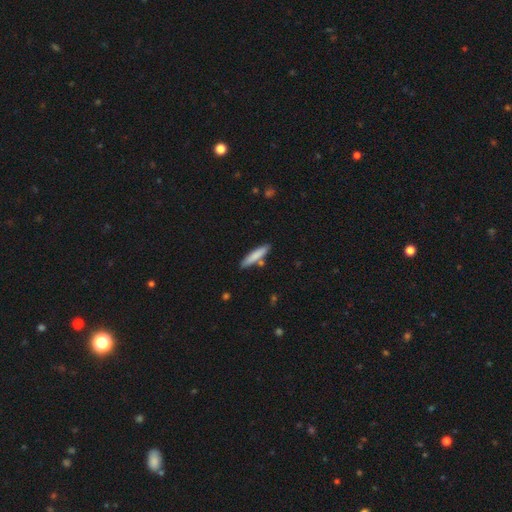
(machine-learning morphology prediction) This is likely a smooth galaxy (80%). How rounded: clearly cigar-shaped (86%). Merging: clearly none (82%).